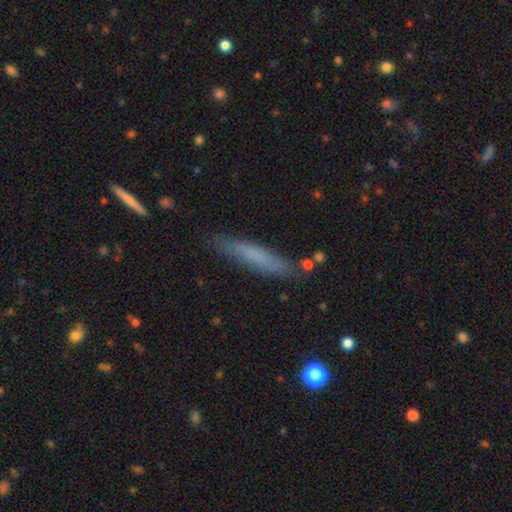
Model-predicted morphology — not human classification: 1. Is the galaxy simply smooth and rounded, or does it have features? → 65% smooth, 27% featured or disk, 8% star or artifact.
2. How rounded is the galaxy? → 90% cigar-shaped, 9% in between, 1% round.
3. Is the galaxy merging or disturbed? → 81% none, 14% minor disturbance, 3% major disturbance, 3% merger.